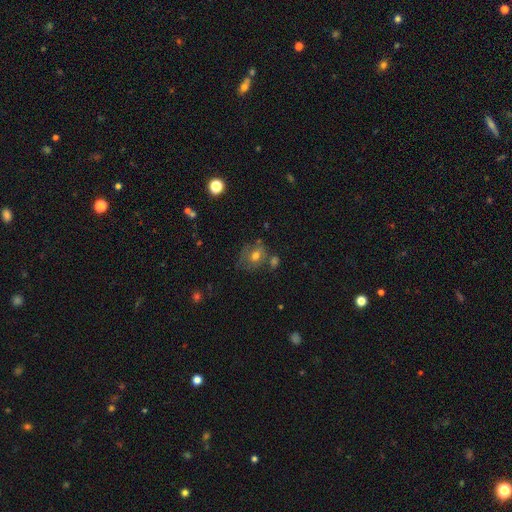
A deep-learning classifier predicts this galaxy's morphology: Overall: smooth (61%; featured or disk 27%). How rounded: round (61%; in between 38%). Merging: none (50%; minor disturbance 23%).